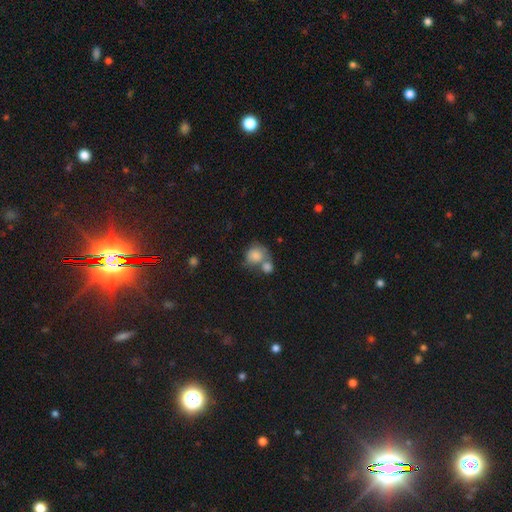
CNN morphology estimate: Smooth or featured?
  - smooth: 81% *
  - featured or disk: 11%
  - star or artifact: 8%
How rounded?
  - round: 69% *
  - in between: 30%
  - cigar-shaped: 1%
Merging?
  - merger: 53% *
  - none: 28%
  - minor disturbance: 12%
  - major disturbance: 7%